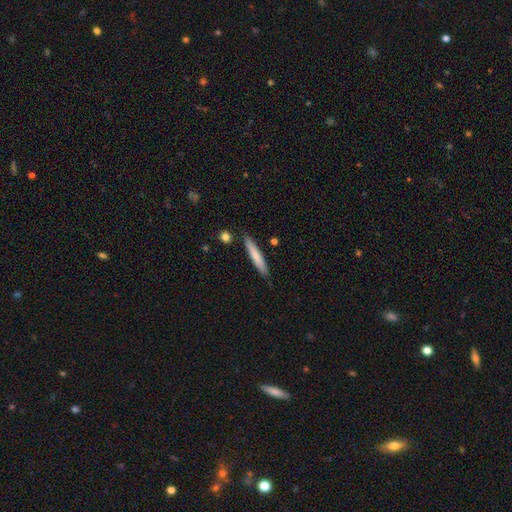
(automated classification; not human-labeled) Smooth or featured?
  - smooth: 75% *
  - featured or disk: 19%
  - star or artifact: 5%
How rounded?
  - cigar-shaped: 93% *
  - in between: 6%
  - round: 1%
Merging?
  - none: 86% *
  - minor disturbance: 10%
  - merger: 2%
  - major disturbance: 2%